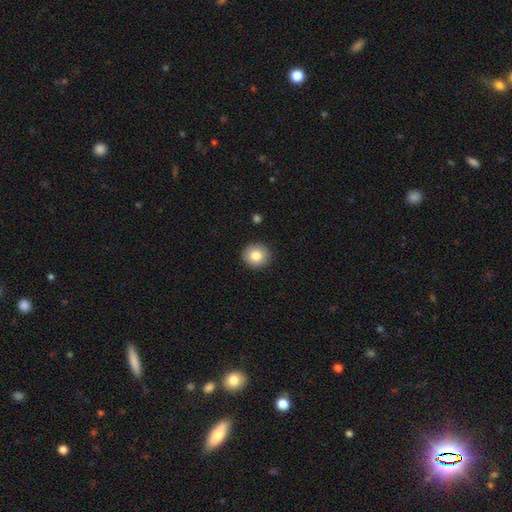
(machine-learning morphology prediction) This is clearly a smooth galaxy (83%). How rounded: clearly round (89%). Merging: clearly none (91%).